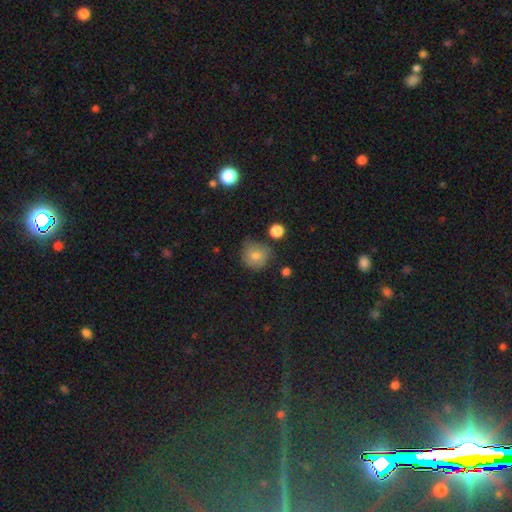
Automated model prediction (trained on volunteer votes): Overall: smooth (75%). How rounded: round (90%). Merging: none (69%).